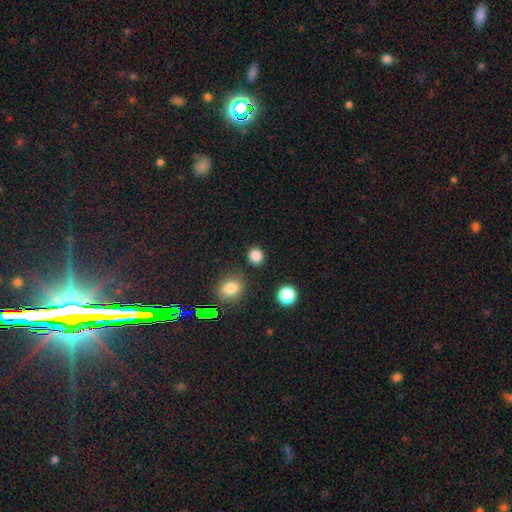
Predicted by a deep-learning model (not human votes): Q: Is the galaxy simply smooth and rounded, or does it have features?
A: smooth — 85%.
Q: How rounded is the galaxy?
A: round — 86%.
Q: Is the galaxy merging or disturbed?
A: none — 87%.